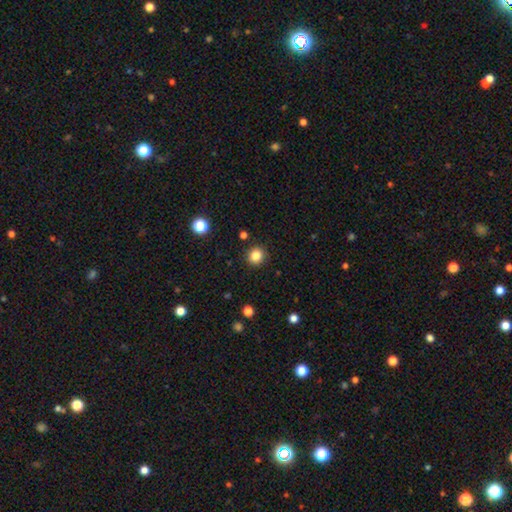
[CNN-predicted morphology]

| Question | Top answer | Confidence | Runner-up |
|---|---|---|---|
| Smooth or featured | smooth | 84% | star or artifact (11%) |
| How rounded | round | 89% | in between (10%) |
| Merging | none | 91% | minor disturbance (6%) |